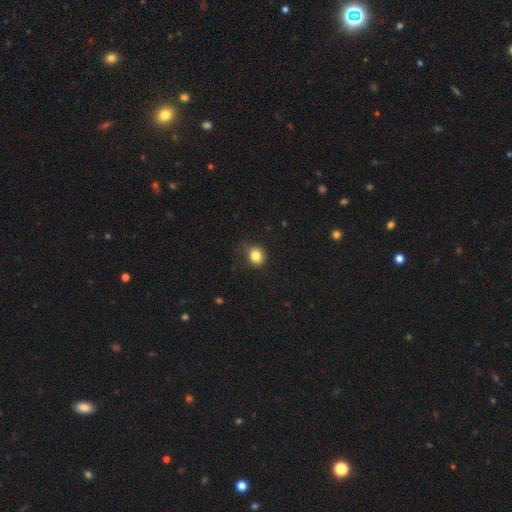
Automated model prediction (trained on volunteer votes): smooth 83%, star or artifact 11%, featured or disk 6%. Down the decision tree: how rounded — round (70%); merging — none (73%).